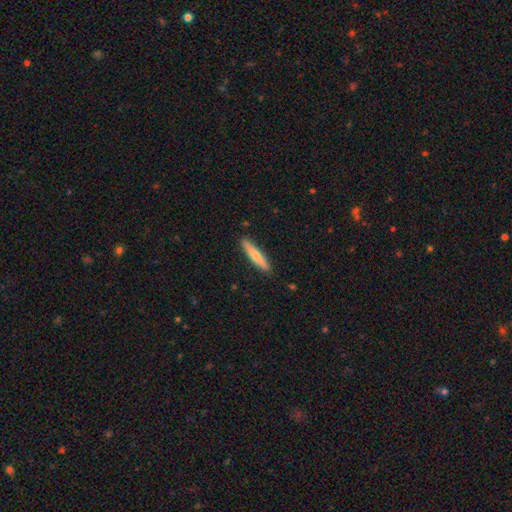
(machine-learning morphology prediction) Smooth or featured: smooth — 71% (featured or disk — 23%)
How rounded: cigar-shaped — 90% (in between — 9%)
Merging: none — 89% (minor disturbance — 8%)